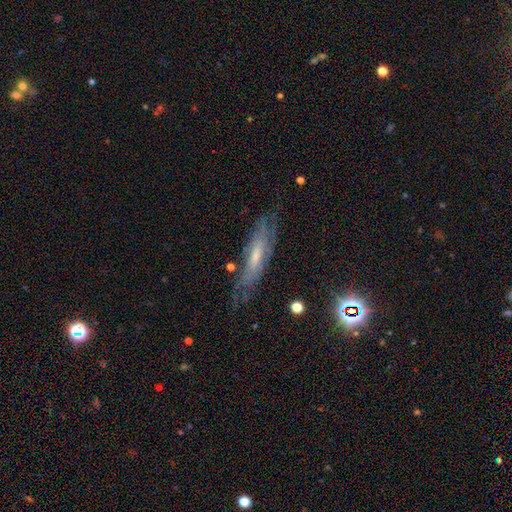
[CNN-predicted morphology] Smooth or featured? Predicted: featured or disk (p=0.64). Edge-on disk? Predicted: no (p=0.53). Merging? Predicted: none (p=0.70).